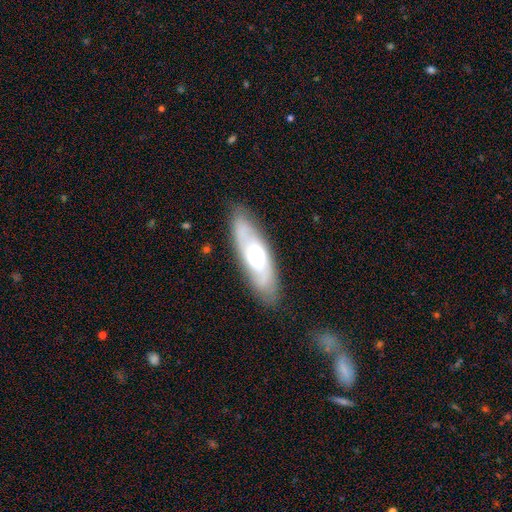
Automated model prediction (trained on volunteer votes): This appears to be a featured or disk galaxy (59%). Merging: none (82%).